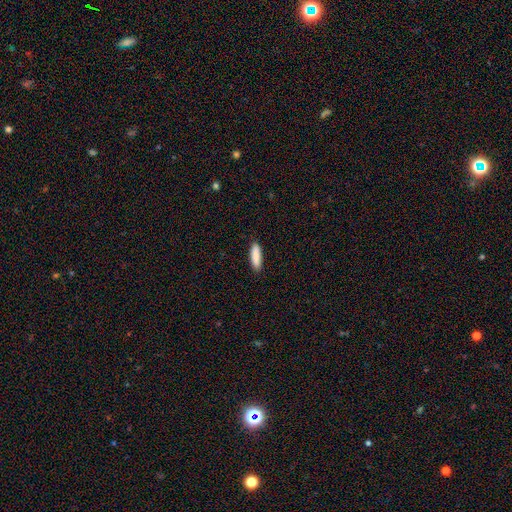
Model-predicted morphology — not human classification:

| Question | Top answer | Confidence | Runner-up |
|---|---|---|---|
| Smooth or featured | smooth | 89% | star or artifact (6%) |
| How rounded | cigar-shaped | 60% | in between (39%) |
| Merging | none | 90% | minor disturbance (7%) |